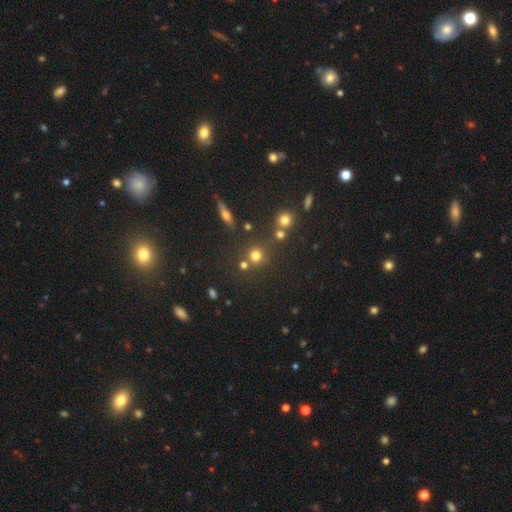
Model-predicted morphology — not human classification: A smooth galaxy with no disk features (73%) that is round (90%).

Vote fractions:
- Smooth or featured? smooth: 73% / star or artifact: 18% / featured or disk: 9%
- How rounded? round: 90% / in between: 8% / cigar-shaped: 1%
- Merging? none: 70% / merger: 17% / minor disturbance: 9% / major disturbance: 4%